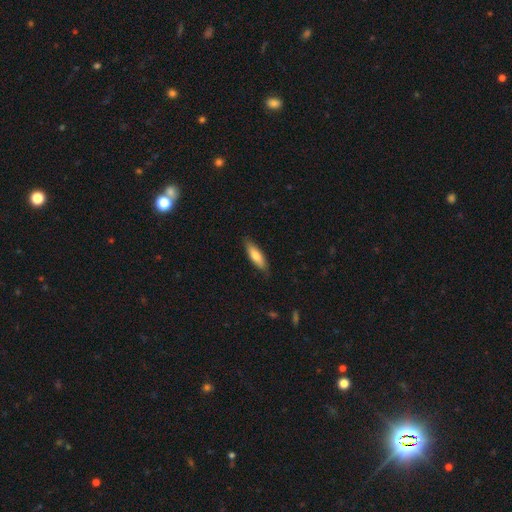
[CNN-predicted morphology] A smooth galaxy with no disk features (74%) that is cigar-shaped (56%).

Vote fractions:
- Smooth or featured? smooth: 74% / featured or disk: 21% / star or artifact: 6%
- How rounded? cigar-shaped: 56% / in between: 42% / round: 2%
- Merging? none: 83% / minor disturbance: 14% / major disturbance: 2% / merger: 1%